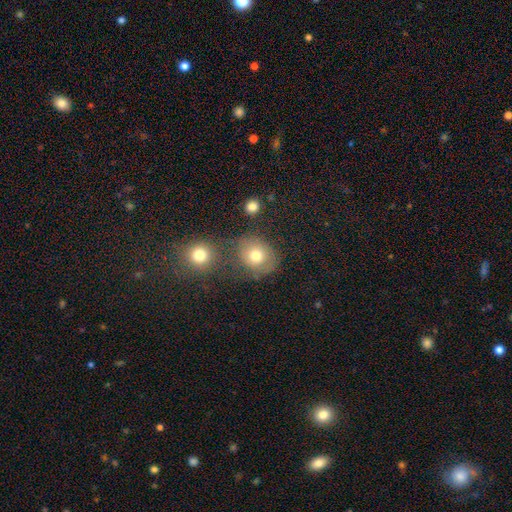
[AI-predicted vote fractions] smooth_or_featured: smooth (p=0.73) [alt: featured or disk p=0.15]
how_rounded: round (p=0.71) [alt: in between p=0.28]
merging: none (p=0.63) [alt: minor disturbance p=0.15]